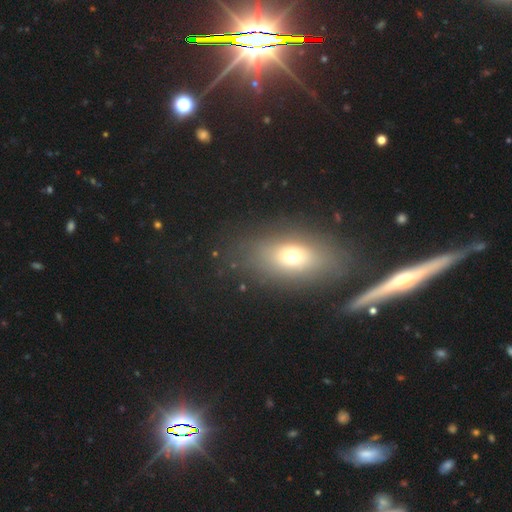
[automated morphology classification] This appears to be a smooth galaxy with no disk features (47%). Merging: none (82%).